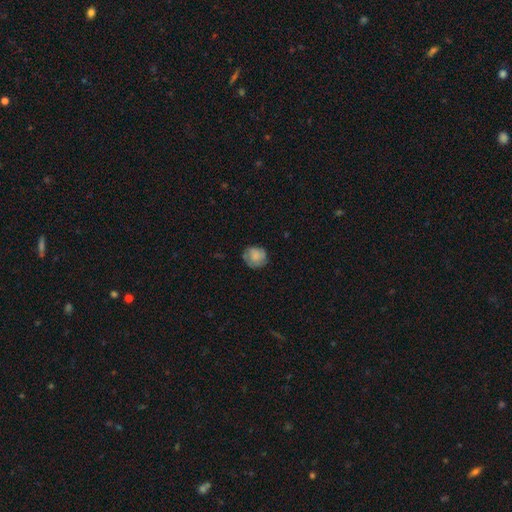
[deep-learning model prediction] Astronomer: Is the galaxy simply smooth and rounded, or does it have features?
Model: smooth — 73%.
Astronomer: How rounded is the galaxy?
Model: round — 81%.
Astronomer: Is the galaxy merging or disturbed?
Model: none — 71%.